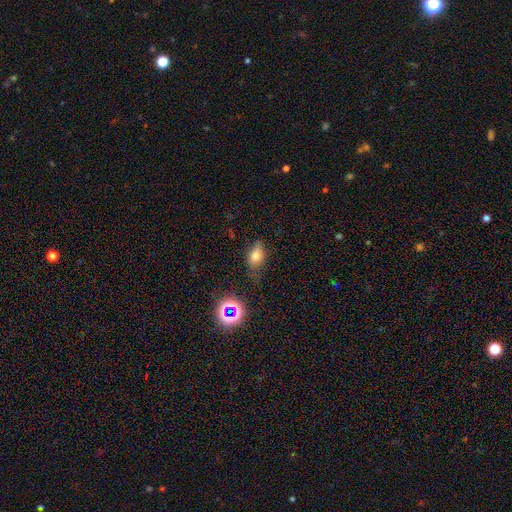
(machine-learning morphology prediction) smooth_or_featured: smooth (p=0.72) [alt: star or artifact p=0.16]
how_rounded: in between (p=0.83) [alt: round p=0.14]
merging: none (p=0.61) [alt: minor disturbance p=0.27]